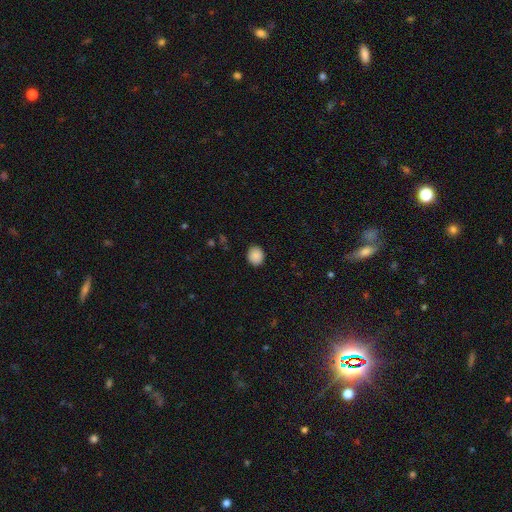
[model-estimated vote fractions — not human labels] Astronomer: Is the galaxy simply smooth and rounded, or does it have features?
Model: smooth — 89%.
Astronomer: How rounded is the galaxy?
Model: round — 78%.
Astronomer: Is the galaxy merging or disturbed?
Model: none — 90%.